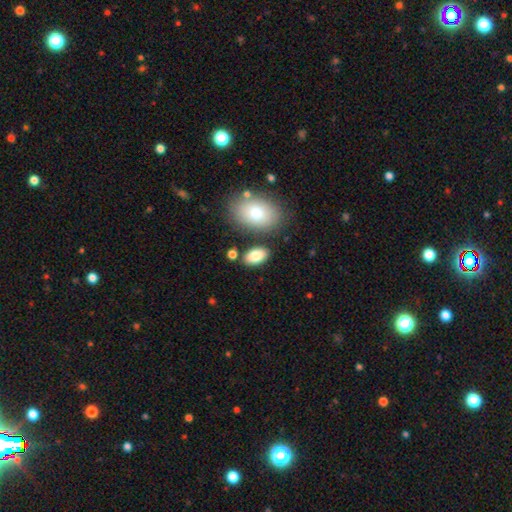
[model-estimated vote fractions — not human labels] Smooth or featured? smooth (83%)
How rounded? in between (93%)
Merging? none (78%)